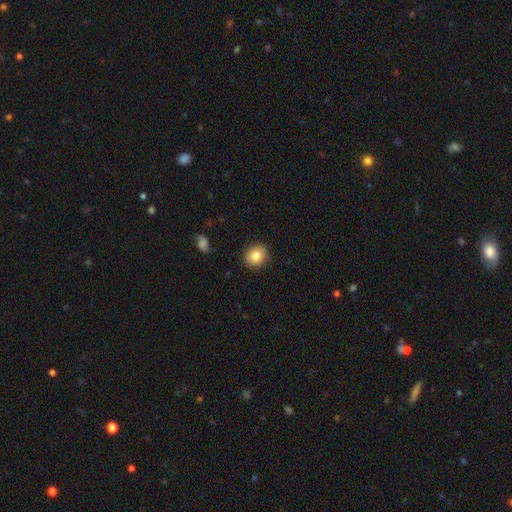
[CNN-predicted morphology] smooth-or-featured: smooth: 84% | star or artifact: 9% | featured or disk: 7%
  how-rounded: round: 71% | in between: 28% | cigar-shaped: 1%
  merging: none: 88% | minor disturbance: 8% | major disturbance: 2% | merger: 1%